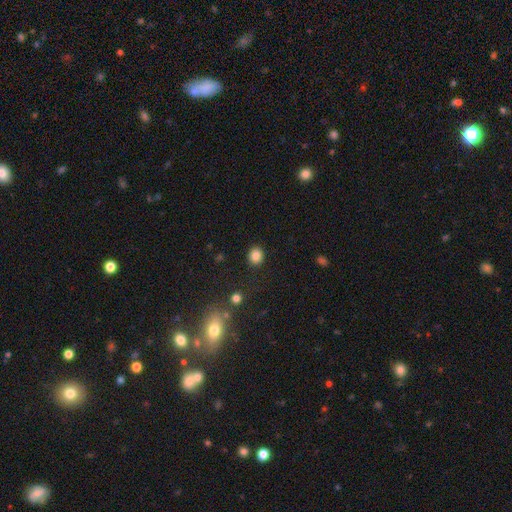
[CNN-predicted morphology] smooth-or-featured: smooth: 84% | star or artifact: 11% | featured or disk: 5%
  how-rounded: round: 72% | in between: 28% | cigar-shaped: 1%
  merging: none: 88% | minor disturbance: 8% | major disturbance: 3% | merger: 2%